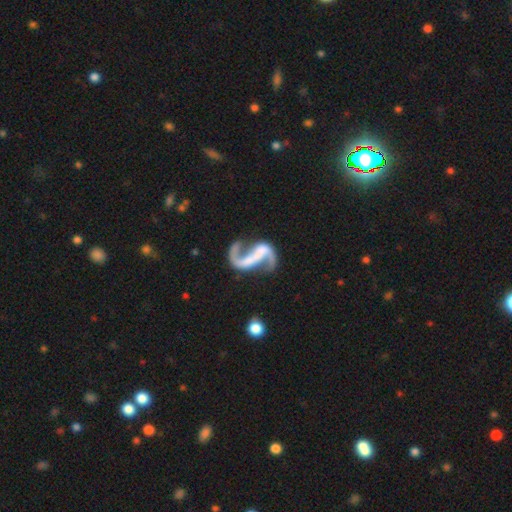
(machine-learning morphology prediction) A featured or disk galaxy (91%) with a strong bar (54%), 2 (92%) loose (73%) spiral arms (96%) and no central bulge (59%).

Vote fractions:
- Smooth or featured? featured or disk: 91% / star or artifact: 5% / smooth: 4%
- Edge-on disk? no: 98% / yes: 2%
- Bar? strong: 54% / weak: 28% / no: 18%
- Spiral arms? yes: 96% / no: 4%
- Spiral winding? loose: 73% / medium: 23% / tight: 5%
- Spiral arm count? 2: 92% / 1: 4% / can't tell: 1% / 3: 1% / 4: 1% / more than 4: 1%
- Bulge size? none: 59% / small: 22% / moderate: 13% / large: 5% / dominant: 2%
- Merging? none: 62% / minor disturbance: 16% / major disturbance: 15% / merger: 7%